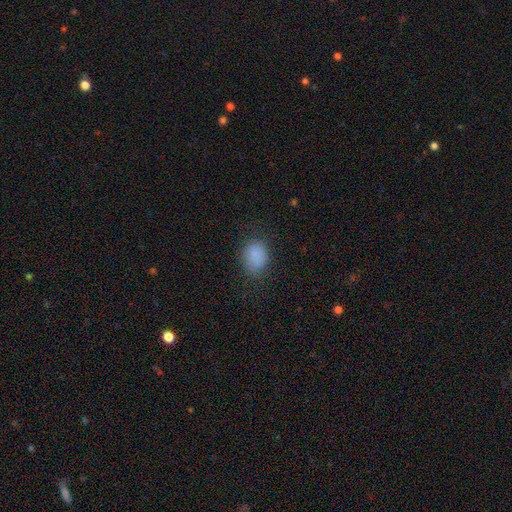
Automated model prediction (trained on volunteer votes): Morphology: type=smooth (85%); roundness=round (53%); merging=none (77%).